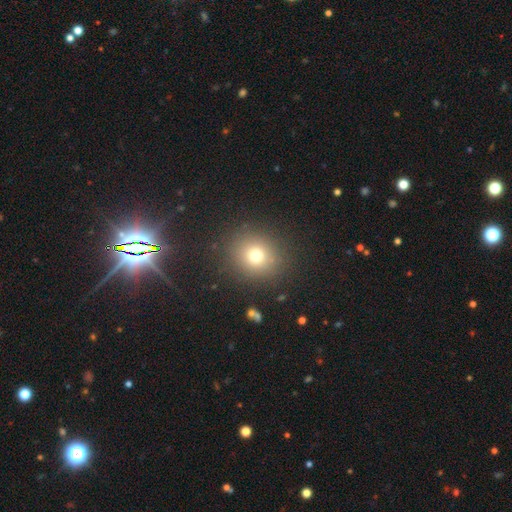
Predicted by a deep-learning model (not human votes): A smooth galaxy with no disk features (73%) that is round (83%). Merging: none (87%).